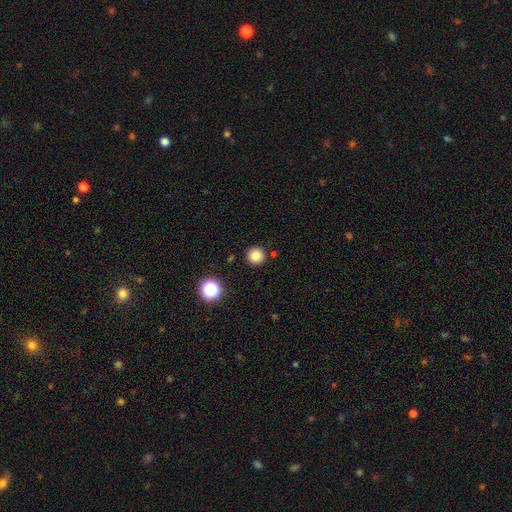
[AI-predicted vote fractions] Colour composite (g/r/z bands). It shows a smooth galaxy with no disk features (82%) that is round (95%). Merging: none (90%).